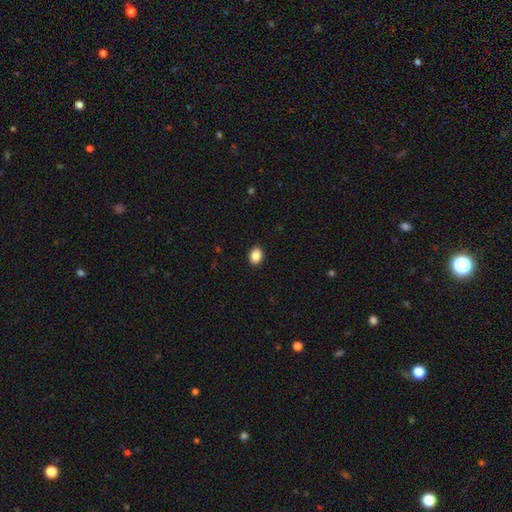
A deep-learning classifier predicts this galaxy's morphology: A smooth galaxy with no disk features (87%) that is in between round and cigar-shaped (68%).

Vote fractions:
- Smooth or featured? smooth: 87% / star or artifact: 9% / featured or disk: 4%
- How rounded? in between: 68% / round: 31% / cigar-shaped: 1%
- Merging? none: 91% / minor disturbance: 6% / major disturbance: 2% / merger: 1%